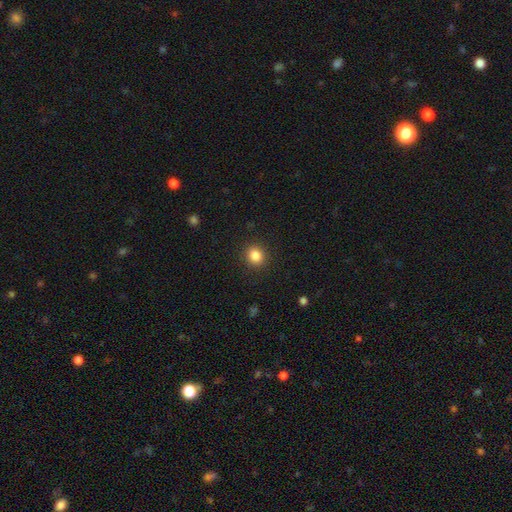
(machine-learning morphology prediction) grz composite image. It shows a smooth galaxy with no disk features (86%) that is round (76%). Merging: none (90%).